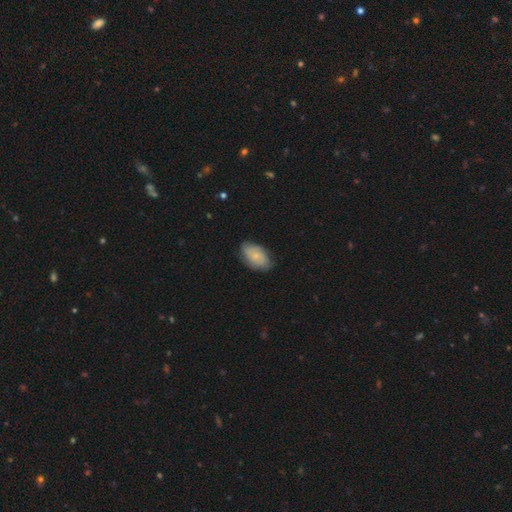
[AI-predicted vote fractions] Smooth or featured? Predicted: smooth (p=0.57). How rounded? Predicted: in between (p=0.91). Merging? Predicted: none (p=0.75).